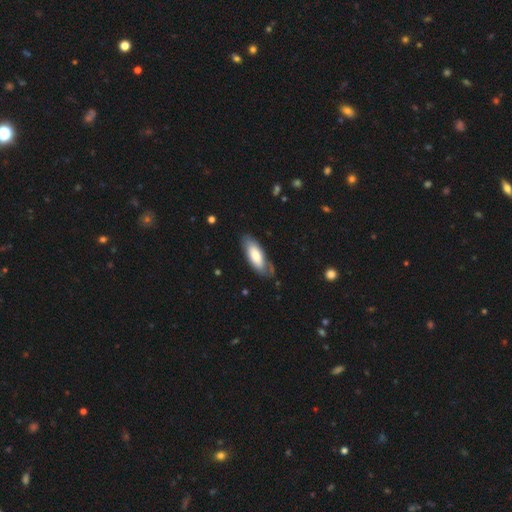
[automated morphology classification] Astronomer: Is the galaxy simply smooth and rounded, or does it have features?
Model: smooth — 71%.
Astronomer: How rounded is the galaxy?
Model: in between — 76%.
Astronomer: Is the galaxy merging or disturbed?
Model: none — 68%.